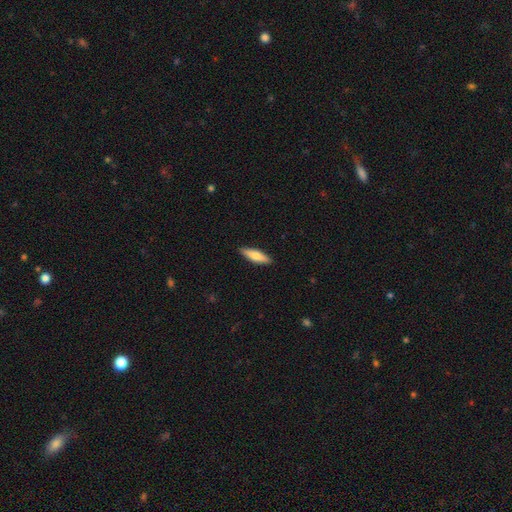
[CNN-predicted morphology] Smooth or featured? Predicted: smooth (p=0.72). How rounded? Predicted: cigar-shaped (p=0.60). Merging? Predicted: none (p=0.89).